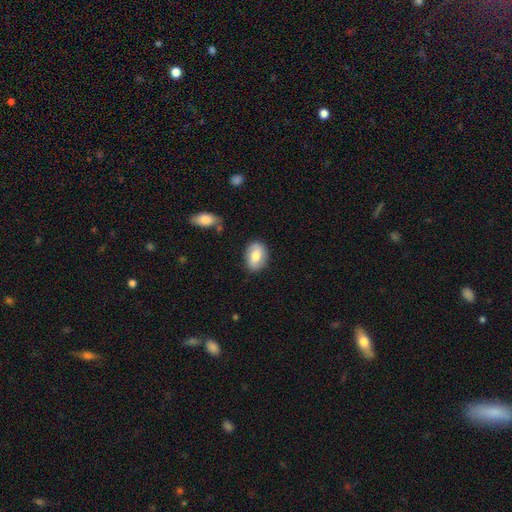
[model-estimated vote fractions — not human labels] smooth_or_featured: smooth (p=0.75) [alt: featured or disk p=0.18]
how_rounded: in between (p=0.77) [alt: round p=0.22]
merging: none (p=0.83) [alt: minor disturbance p=0.12]